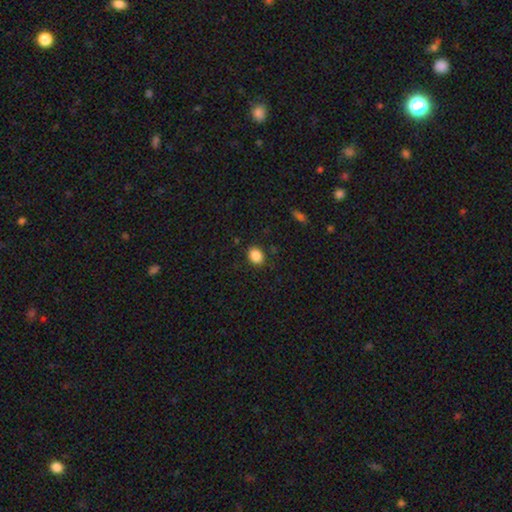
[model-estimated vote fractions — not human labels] Smooth or featured: smooth — 87% (star or artifact — 10%)
How rounded: round — 50% (in between — 49%)
Merging: none — 87% (minor disturbance — 10%)